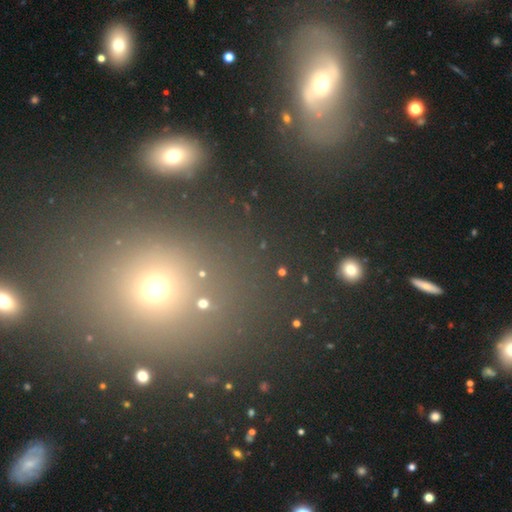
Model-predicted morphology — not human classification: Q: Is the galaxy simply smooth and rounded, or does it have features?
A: smooth — 53%.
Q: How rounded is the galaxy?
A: round — 65%.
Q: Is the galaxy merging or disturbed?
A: none — 68%.